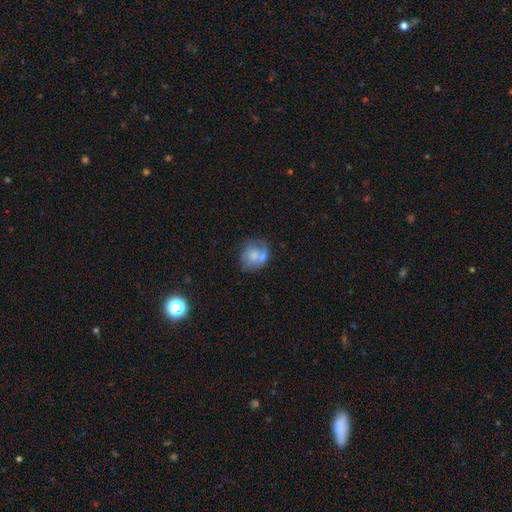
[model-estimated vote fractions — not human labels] The model was most divided on "merging": none: 42%, merger: 27%, minor disturbance: 20%, major disturbance: 10%. More confident: how rounded — round (69%); smooth or featured — smooth (57%).